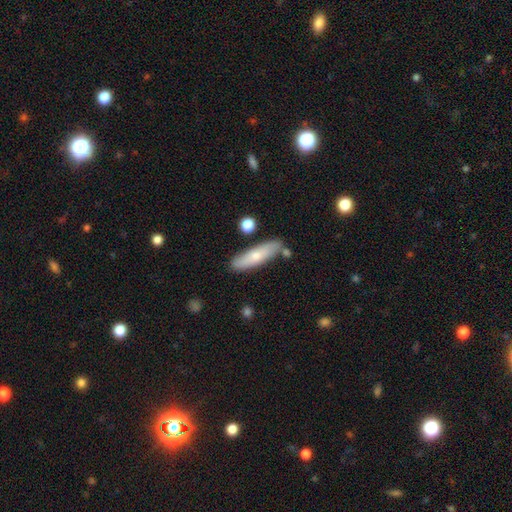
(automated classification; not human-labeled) This appears to be a smooth galaxy with no disk features (66%) that is cigar-shaped (69%). Merging: none (78%).